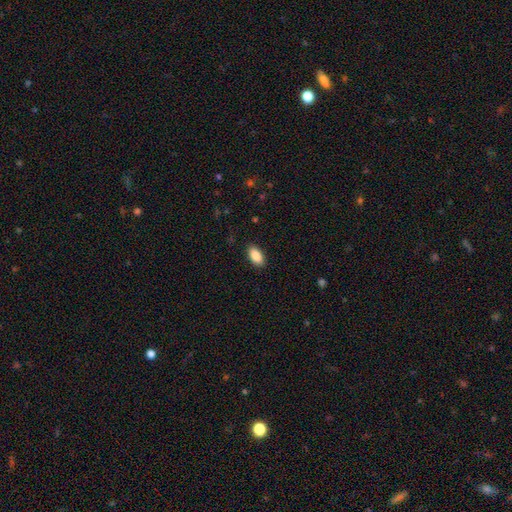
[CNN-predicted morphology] Q: Smooth or featured?
A: smooth (88%); runner-up: star or artifact (7%)
Q: How rounded?
A: in between (94%); runner-up: round (3%)
Q: Merging?
A: none (89%); runner-up: minor disturbance (8%)